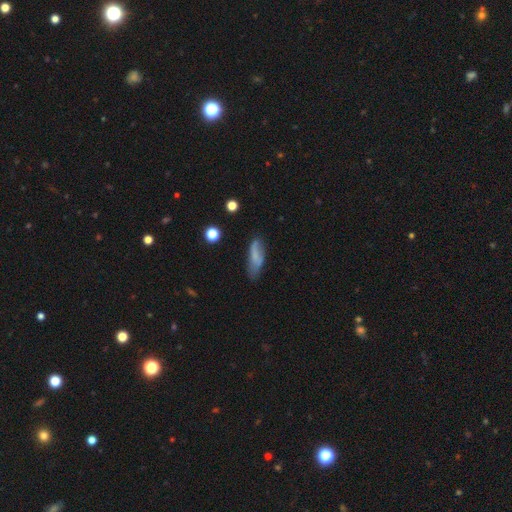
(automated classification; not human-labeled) A smooth galaxy with no disk features (65%) that is in between round and cigar-shaped (53%). Merging: none (56%).